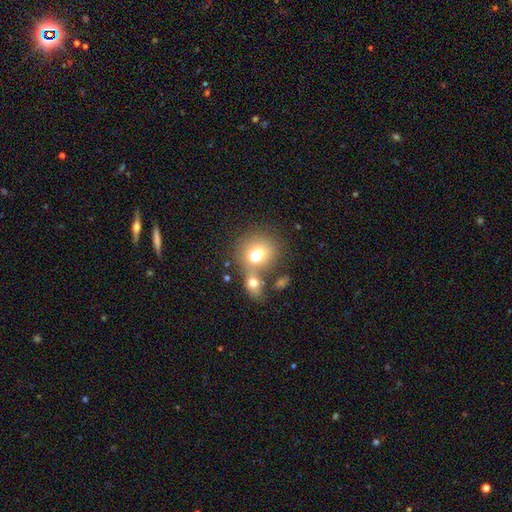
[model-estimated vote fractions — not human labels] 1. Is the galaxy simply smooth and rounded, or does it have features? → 68% smooth, 18% featured or disk, 14% star or artifact.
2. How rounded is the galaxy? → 67% round, 31% in between, 1% cigar-shaped.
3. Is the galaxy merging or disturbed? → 44% merger, 39% none, 10% minor disturbance, 7% major disturbance.